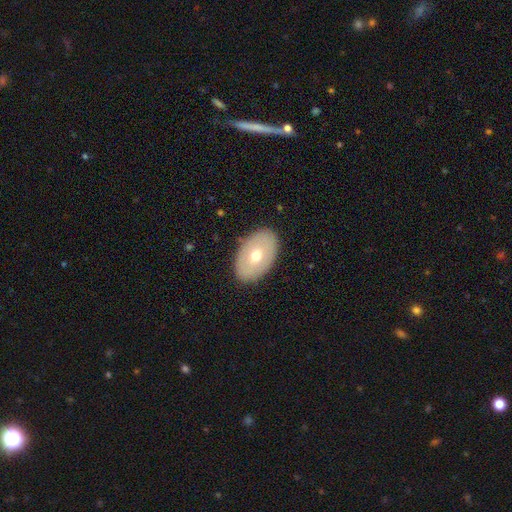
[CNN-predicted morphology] Overall: smooth (57%; featured or disk 37%). How rounded: in between (89%). Merging: none (87%).